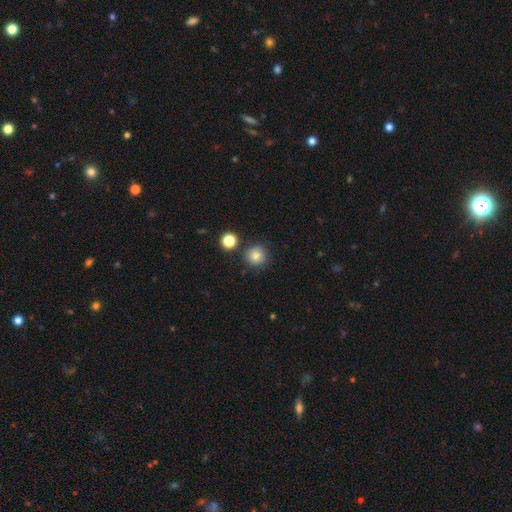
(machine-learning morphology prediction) Smooth or featured? smooth (83%)
How rounded? round (93%)
Merging? none (83%)